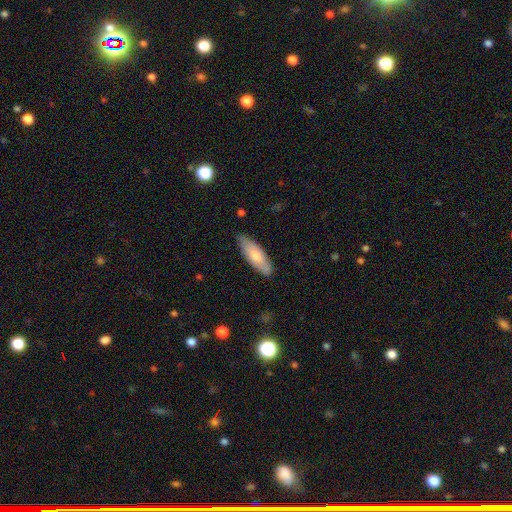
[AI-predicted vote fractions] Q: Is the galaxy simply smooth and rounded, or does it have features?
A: smooth — 72%.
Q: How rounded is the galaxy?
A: in between — 62%.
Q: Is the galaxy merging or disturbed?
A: none — 81%.